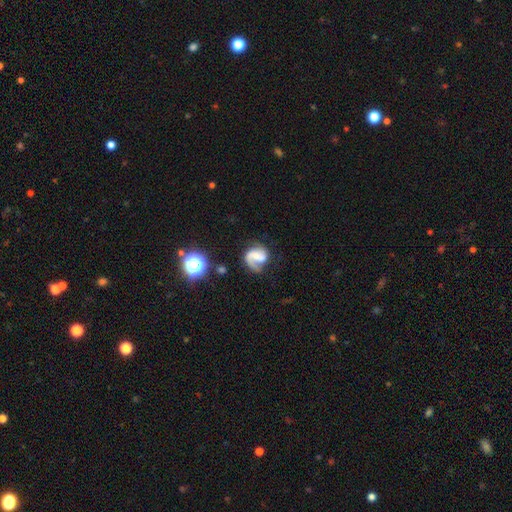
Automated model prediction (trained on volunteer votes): Overall: featured or disk (74%). Edge-on disk: no (98%). Bar: weak (44%; no 39%). Spiral arms: yes (93%). Spiral arm count: 2 (52%; 1 41%). Spiral winding: medium (45%; loose 30%). Bulge size: small (44%; moderate 29%). Merging: none (56%; minor disturbance 22%).